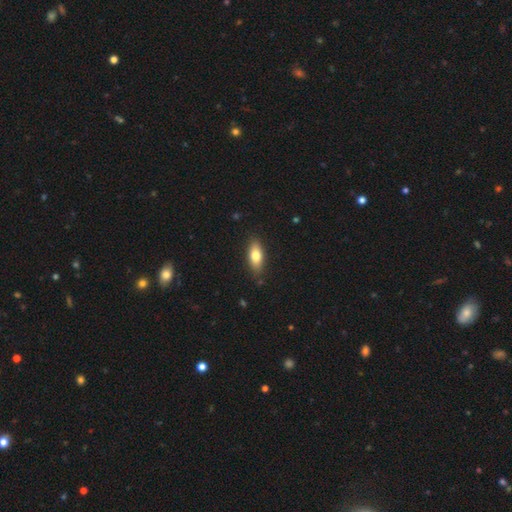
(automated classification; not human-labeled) The model was most divided on "smooth or featured": smooth: 75%, featured or disk: 18%, star or artifact: 7%. More confident: merging — none (86%); how rounded — in between (78%).